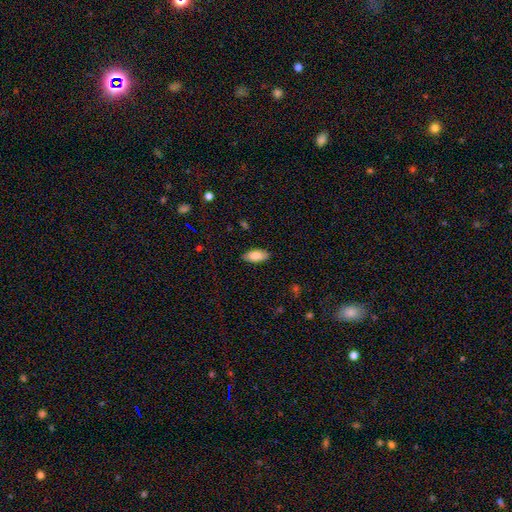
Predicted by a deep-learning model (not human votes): This appears to be a smooth galaxy with no disk features (87%) that is in between round and cigar-shaped (91%). Merging: none (86%).